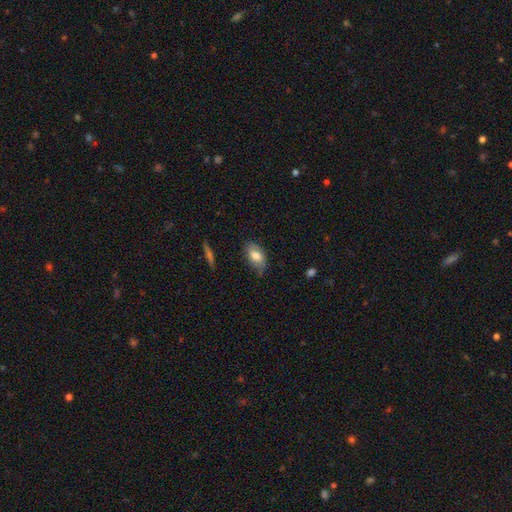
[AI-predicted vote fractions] Smooth or featured: smooth — 75% (featured or disk — 18%)
How rounded: in between — 92% (round — 6%)
Merging: none — 69% (minor disturbance — 25%)